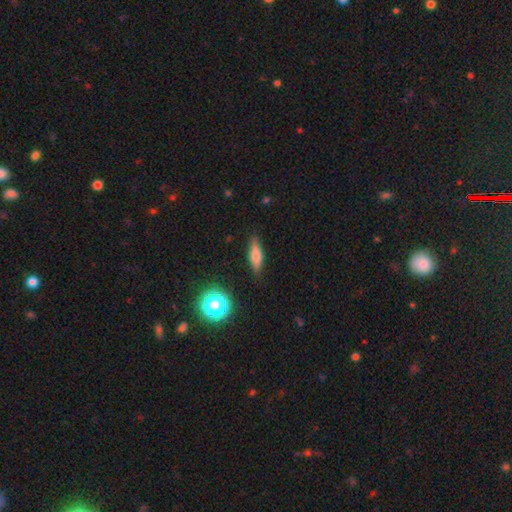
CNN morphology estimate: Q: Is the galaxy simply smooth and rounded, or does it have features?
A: smooth — 67%.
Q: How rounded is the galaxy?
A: cigar-shaped — 53%.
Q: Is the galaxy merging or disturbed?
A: none — 84%.